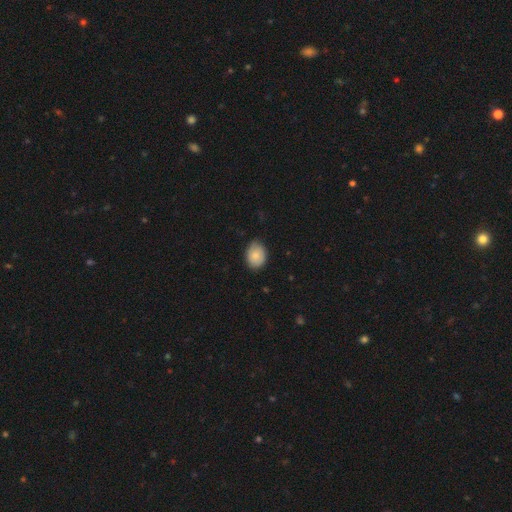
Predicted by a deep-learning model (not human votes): Smooth or featured? smooth (82%)
How rounded? in between (60%)
Merging? none (76%)